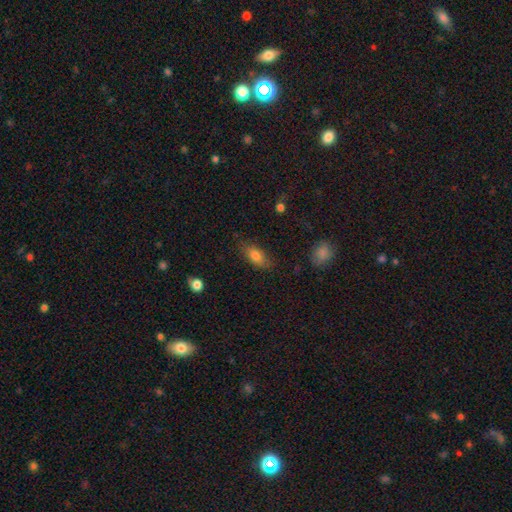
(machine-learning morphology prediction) Overall: smooth (78%). How rounded: in between (82%). Merging: none (79%).